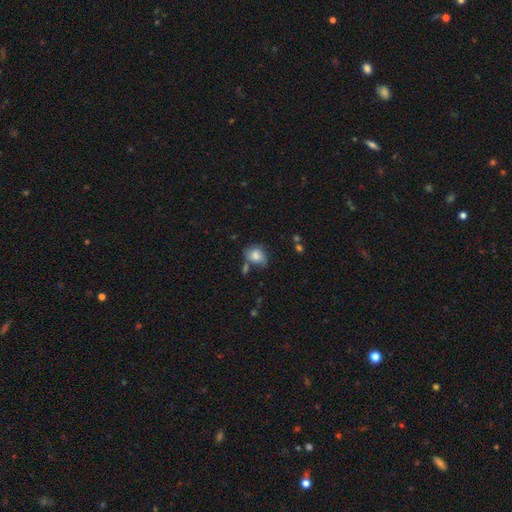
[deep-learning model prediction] Smooth or featured? Predicted: smooth (p=0.74). How rounded? Predicted: in between (p=0.59). Merging? Predicted: none (p=0.47).